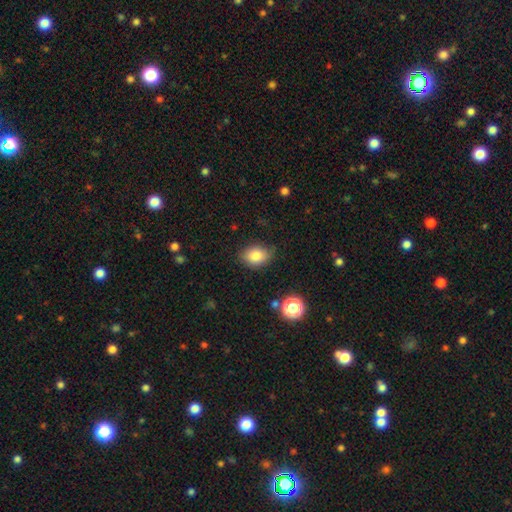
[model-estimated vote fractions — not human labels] Overall: smooth (82%). How rounded: in between (74%). Merging: none (74%).